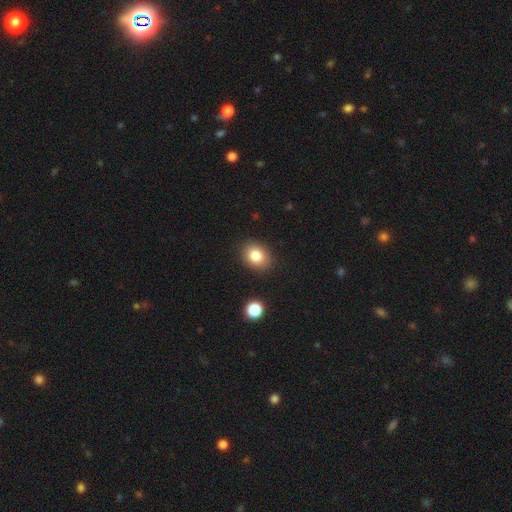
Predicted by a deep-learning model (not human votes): Q: Smooth or featured?
A: smooth (82%); runner-up: star or artifact (10%)
Q: How rounded?
A: in between (57%); runner-up: round (42%)
Q: Merging?
A: none (86%); runner-up: minor disturbance (9%)